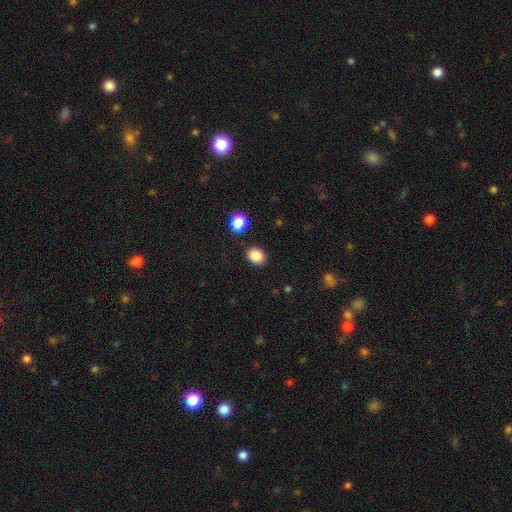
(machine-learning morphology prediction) A smooth galaxy with no disk features (86%) that is in between round and cigar-shaped (52%). Merging: none (87%).